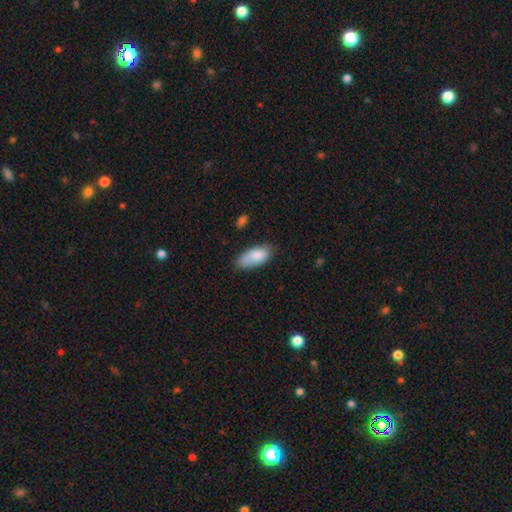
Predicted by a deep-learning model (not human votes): Smooth or featured? smooth (84%)
How rounded? in between (87%)
Merging? none (58%)